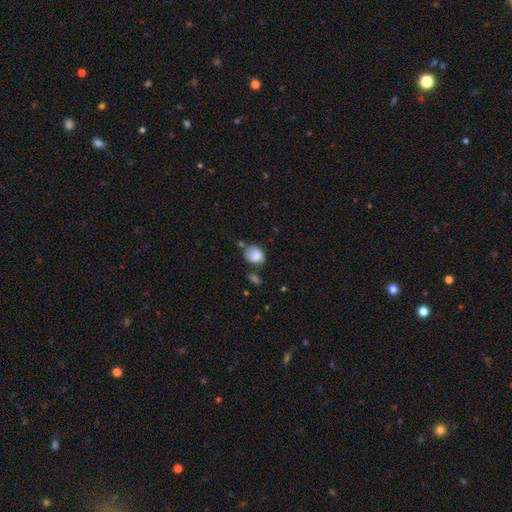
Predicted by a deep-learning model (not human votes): Q: Smooth or featured?
A: smooth (78%); runner-up: featured or disk (13%)
Q: How rounded?
A: in between (59%); runner-up: round (40%)
Q: Merging?
A: none (45%); runner-up: minor disturbance (29%)